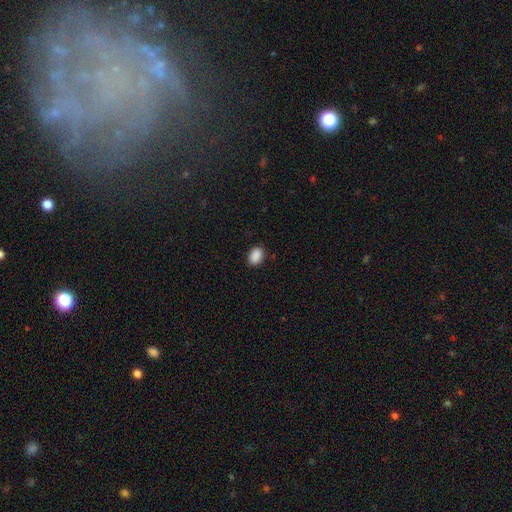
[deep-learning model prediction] The model was most divided on "how rounded": in between: 81%, round: 17%, cigar-shaped: 1%. More confident: smooth or featured — smooth (90%); merging — none (87%).